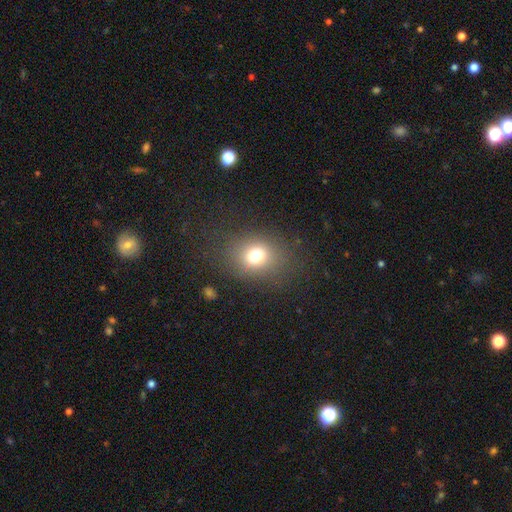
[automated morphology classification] Smooth or featured?
  - smooth: 73% *
  - star or artifact: 16%
  - featured or disk: 11%
How rounded?
  - round: 55% *
  - in between: 44%
  - cigar-shaped: 1%
Merging?
  - none: 81% *
  - minor disturbance: 10%
  - major disturbance: 7%
  - merger: 1%